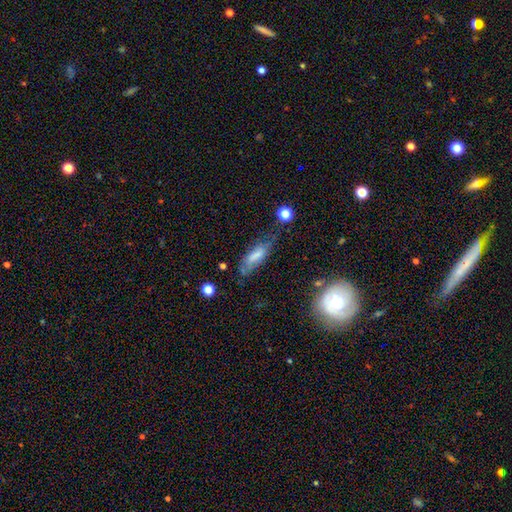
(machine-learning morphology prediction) smooth_or_featured: smooth (p=0.61) [alt: featured or disk p=0.30]
how_rounded: in between (p=0.57) [alt: cigar-shaped p=0.41]
merging: none (p=0.51) [alt: minor disturbance p=0.30]